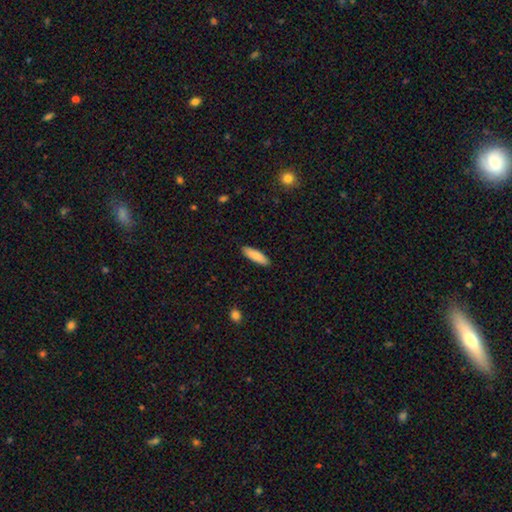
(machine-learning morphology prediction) This appears to be a smooth galaxy with no disk features (85%) that is cigar-shaped (59%). Merging: none (90%).